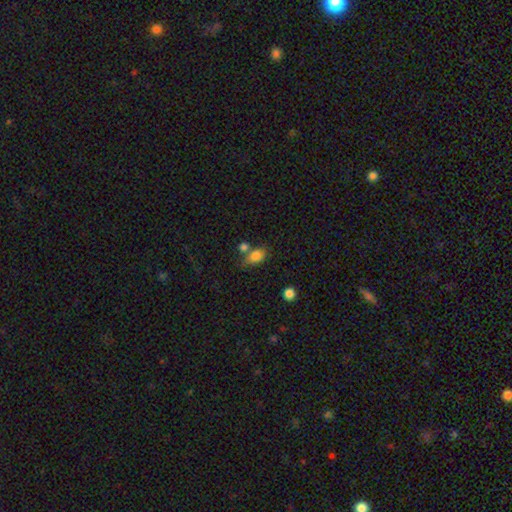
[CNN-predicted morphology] The model was most divided on "merging": none: 50%, merger: 26%, minor disturbance: 17%, major disturbance: 6%. More confident: smooth or featured — smooth (83%); how rounded — in between (80%).